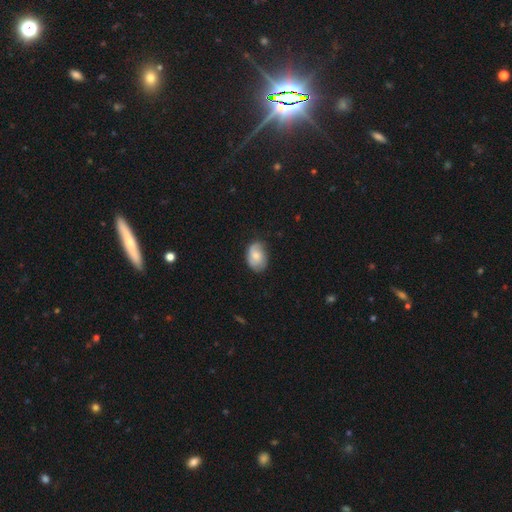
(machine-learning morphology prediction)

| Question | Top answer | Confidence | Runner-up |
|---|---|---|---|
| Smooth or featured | smooth | 64% | featured or disk (30%) |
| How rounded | in between | 78% | round (21%) |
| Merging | none | 67% | minor disturbance (25%) |